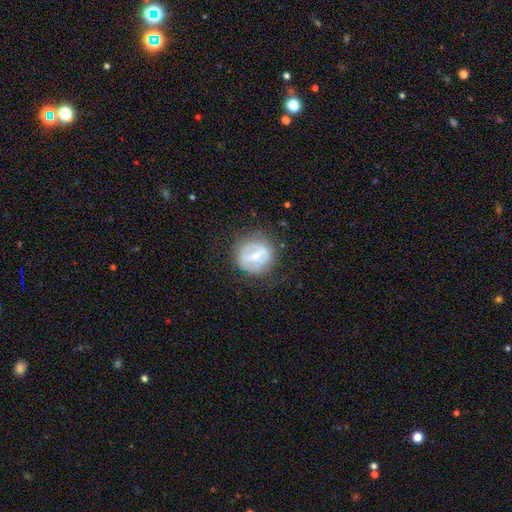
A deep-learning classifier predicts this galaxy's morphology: A featured or disk galaxy (57%) with a strong bar (50%), no spiral arms (72%) and a small central bulge (49%).

Vote fractions:
- Smooth or featured? featured or disk: 57% / smooth: 35% / star or artifact: 8%
- Edge-on disk? no: 93% / yes: 7%
- Bar? strong: 50% / weak: 35% / no: 15%
- Spiral arms? no: 72% / yes: 28%
- Bulge size? small: 49% / moderate: 39% / none: 8% / large: 3% / dominant: 1%
- Merging? none: 70% / minor disturbance: 19% / major disturbance: 10% / merger: 2%